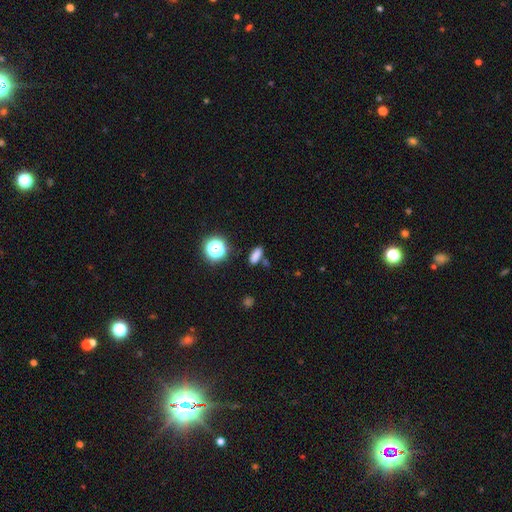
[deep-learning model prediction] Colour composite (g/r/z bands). It shows a smooth galaxy with no disk features (78%) that is in between round and cigar-shaped (72%). Merging: none (75%).